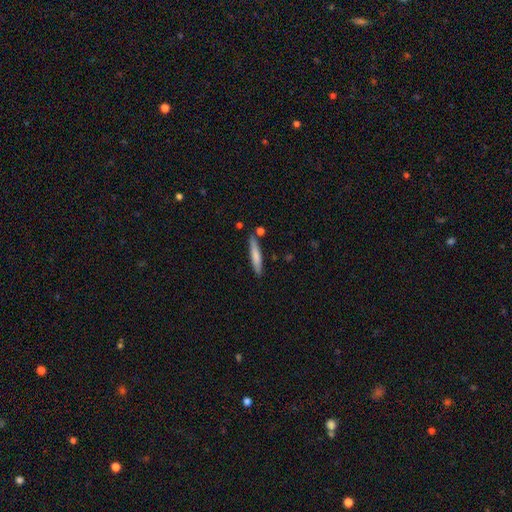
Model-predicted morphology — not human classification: smooth-or-featured: smooth: 72% | featured or disk: 22% | star or artifact: 6%
  how-rounded: cigar-shaped: 90% | in between: 8% | round: 1%
  merging: none: 80% | minor disturbance: 13% | merger: 5% | major disturbance: 2%